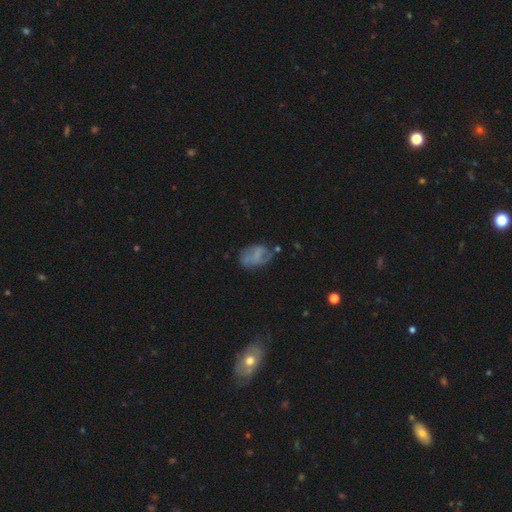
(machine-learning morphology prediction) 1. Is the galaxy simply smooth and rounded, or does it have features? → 51% featured or disk, 38% smooth, 11% star or artifact.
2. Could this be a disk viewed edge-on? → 97% no, 3% yes.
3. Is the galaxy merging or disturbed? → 48% none, 27% minor disturbance, 19% major disturbance, 5% merger.